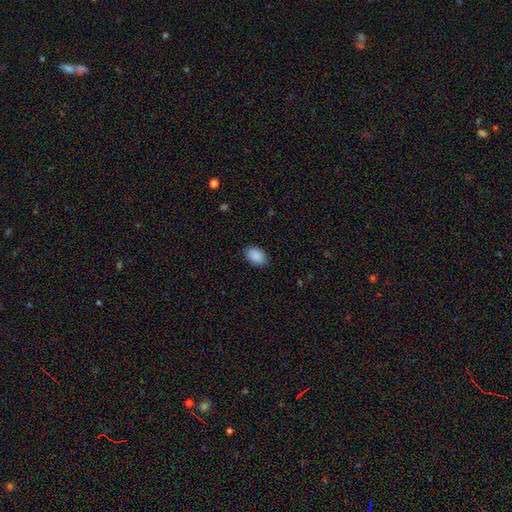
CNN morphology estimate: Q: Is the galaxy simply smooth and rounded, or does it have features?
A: smooth — 90%.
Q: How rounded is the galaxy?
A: in between — 89%.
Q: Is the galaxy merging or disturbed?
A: none — 86%.